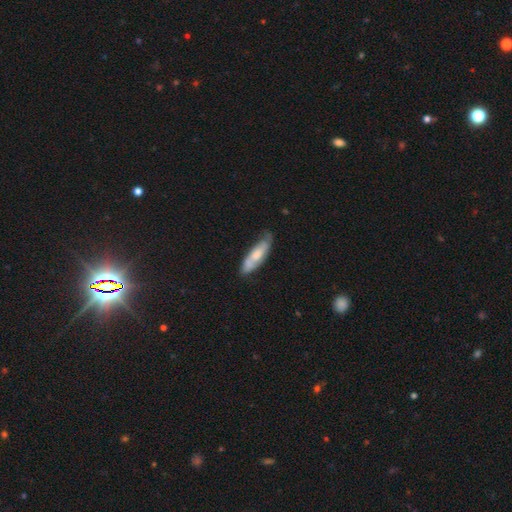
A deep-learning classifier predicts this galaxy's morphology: Overall: smooth (52%; featured or disk 42%). How rounded: cigar-shaped (53%; in between 46%). Merging: none (64%; minor disturbance 27%).